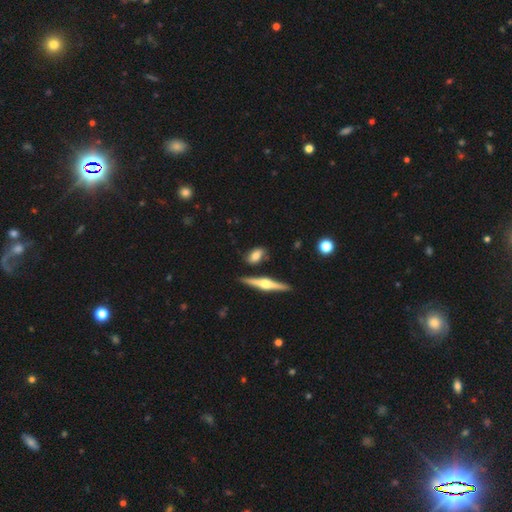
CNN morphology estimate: Smooth or featured: smooth — 56% (featured or disk — 36%)
How rounded: in between — 73% (cigar-shaped — 15%)
Merging: none — 74% (minor disturbance — 16%)